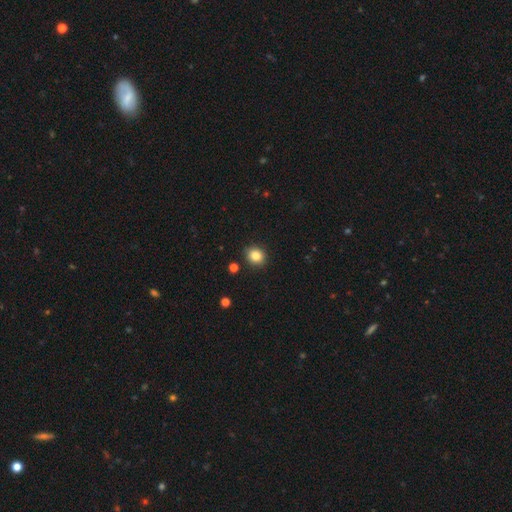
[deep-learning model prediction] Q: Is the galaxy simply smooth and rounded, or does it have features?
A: smooth — 84%.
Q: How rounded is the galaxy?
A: round — 78%.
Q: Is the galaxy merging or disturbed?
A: none — 90%.